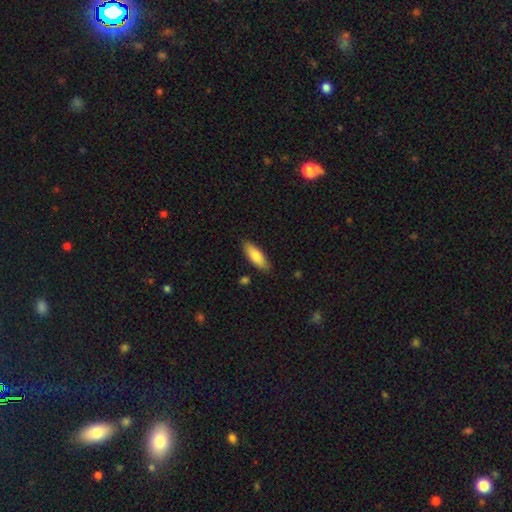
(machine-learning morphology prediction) The model was most divided on "how rounded": in between: 65%, cigar-shaped: 33%, round: 2%. More confident: merging — none (85%); smooth or featured — smooth (80%).